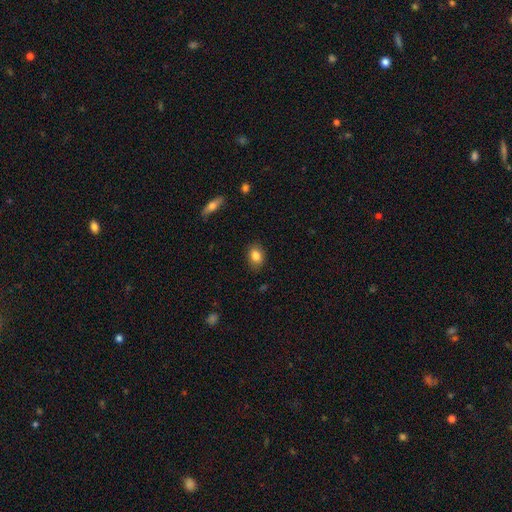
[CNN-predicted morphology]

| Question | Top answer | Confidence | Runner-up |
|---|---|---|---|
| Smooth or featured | smooth | 84% | star or artifact (8%) |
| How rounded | in between | 72% | round (26%) |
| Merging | none | 85% | minor disturbance (12%) |